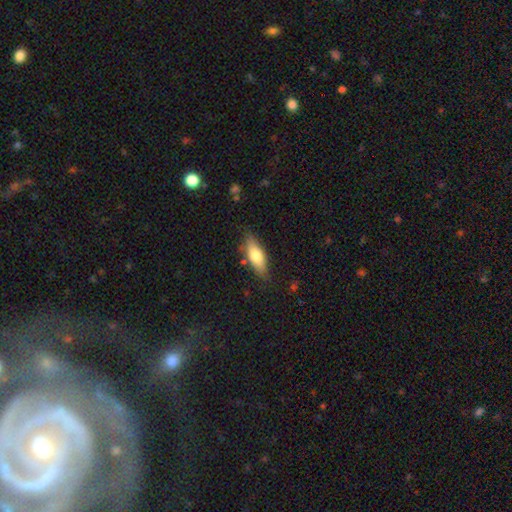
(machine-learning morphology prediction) The model was most divided on "how rounded": in between: 72%, cigar-shaped: 26%, round: 3%. More confident: merging — none (76%); smooth or featured — smooth (73%).